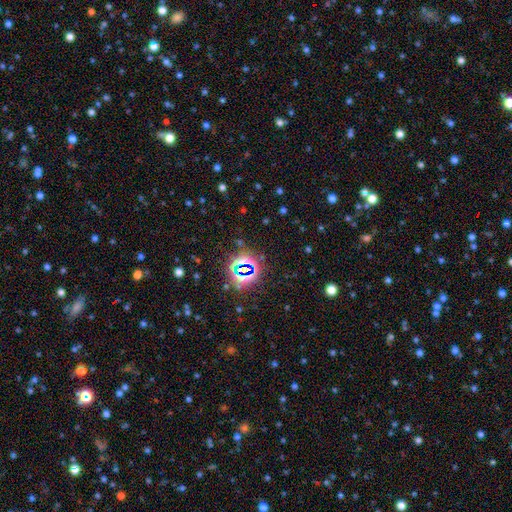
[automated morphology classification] Smooth or featured? Predicted: star or artifact (p=0.79).